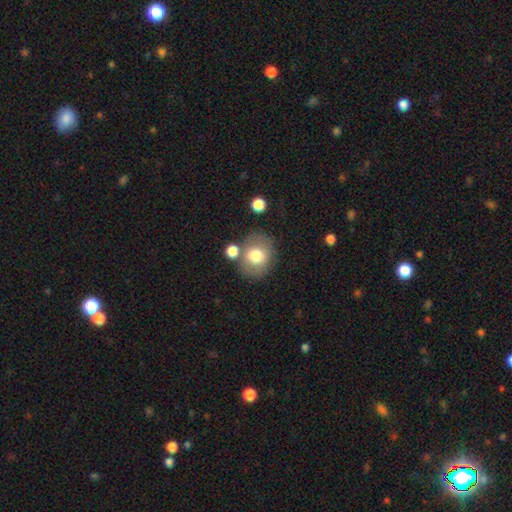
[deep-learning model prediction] Smooth or featured?
  - smooth: 74% *
  - featured or disk: 17%
  - star or artifact: 9%
How rounded?
  - round: 60% *
  - in between: 39%
  - cigar-shaped: 1%
Merging?
  - none: 67% *
  - minor disturbance: 15%
  - merger: 12%
  - major disturbance: 6%